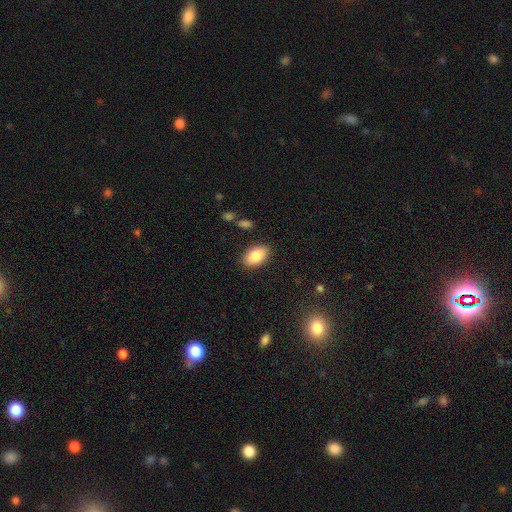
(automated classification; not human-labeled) Smooth or featured: smooth — 84% (featured or disk — 9%)
How rounded: in between — 91% (round — 8%)
Merging: none — 86% (minor disturbance — 9%)